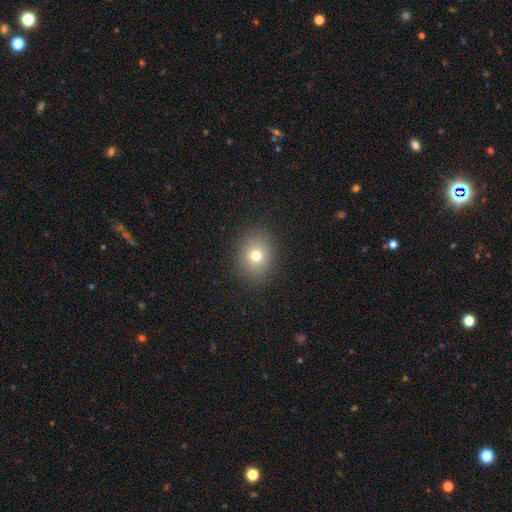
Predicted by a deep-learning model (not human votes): Q: Smooth or featured?
A: smooth (74%); runner-up: star or artifact (15%)
Q: How rounded?
A: round (66%); runner-up: in between (33%)
Q: Merging?
A: none (88%); runner-up: minor disturbance (8%)